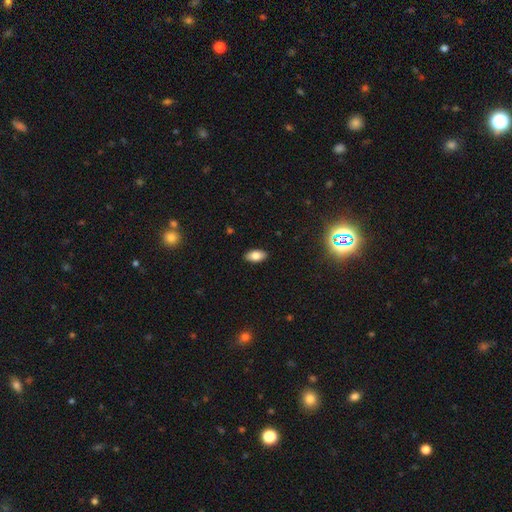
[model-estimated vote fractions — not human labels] Smooth or featured? Predicted: smooth (p=0.81). How rounded? Predicted: in between (p=0.92). Merging? Predicted: none (p=0.89).